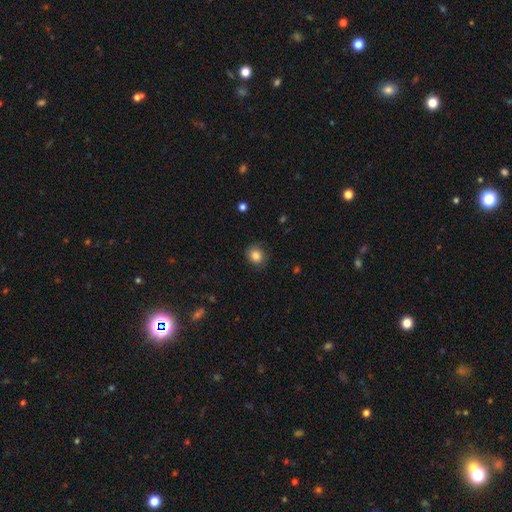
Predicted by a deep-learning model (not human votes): Smooth or featured? smooth (83%)
How rounded? round (75%)
Merging? none (79%)